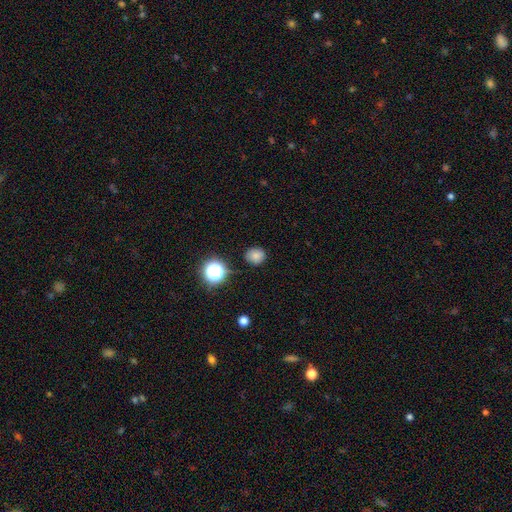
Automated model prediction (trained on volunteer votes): Smooth or featured? Predicted: smooth (p=0.78). How rounded? Predicted: round (p=0.80). Merging? Predicted: none (p=0.83).